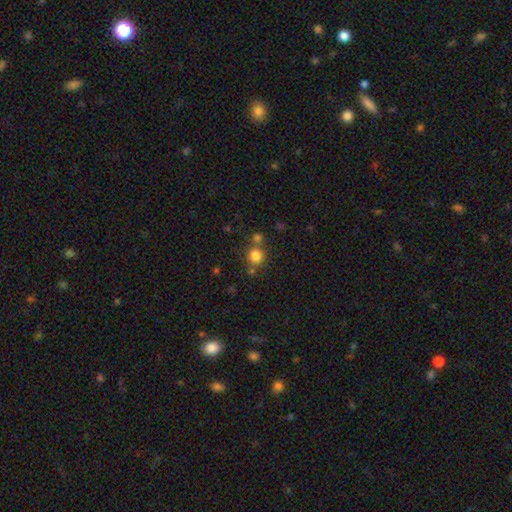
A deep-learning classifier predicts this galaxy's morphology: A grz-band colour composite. It shows a smooth galaxy with no disk features (81%) that is round (91%). Merging: none (70%).